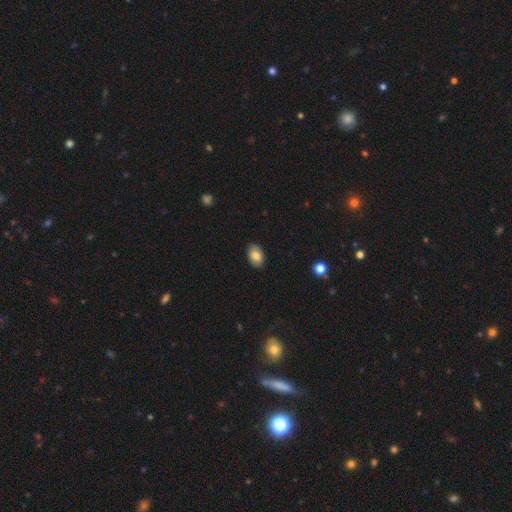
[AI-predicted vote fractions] A smooth galaxy with no disk features (82%) that is in between round and cigar-shaped (89%).

Vote fractions:
- Smooth or featured? smooth: 82% / featured or disk: 10% / star or artifact: 7%
- How rounded? in between: 89% / round: 9% / cigar-shaped: 1%
- Merging? none: 88% / minor disturbance: 9% / major disturbance: 2% / merger: 1%